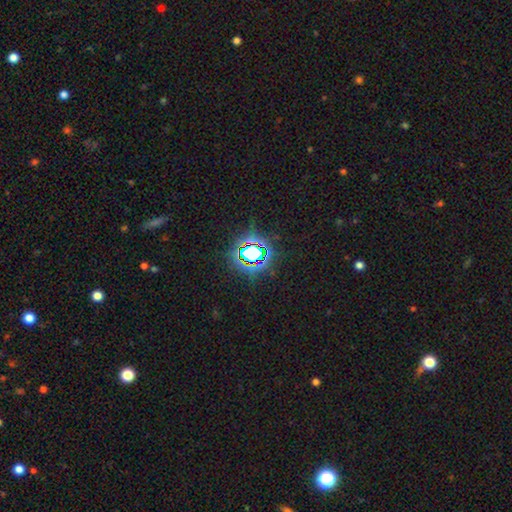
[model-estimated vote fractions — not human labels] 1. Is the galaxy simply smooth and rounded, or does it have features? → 74% star or artifact, 16% smooth, 10% featured or disk.